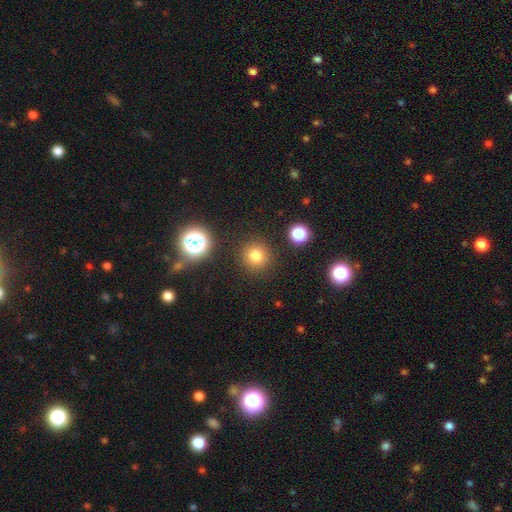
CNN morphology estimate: A smooth galaxy with no disk features (78%) that is round (94%). Merging: none (89%).